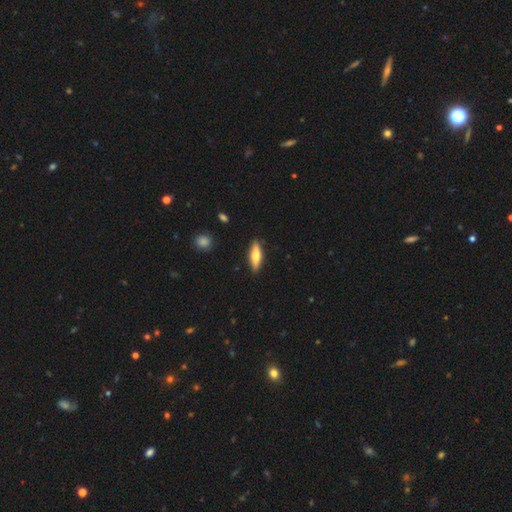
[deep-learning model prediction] Smooth or featured? Predicted: smooth (p=0.59). How rounded? Predicted: cigar-shaped (p=0.58). Merging? Predicted: none (p=0.88).